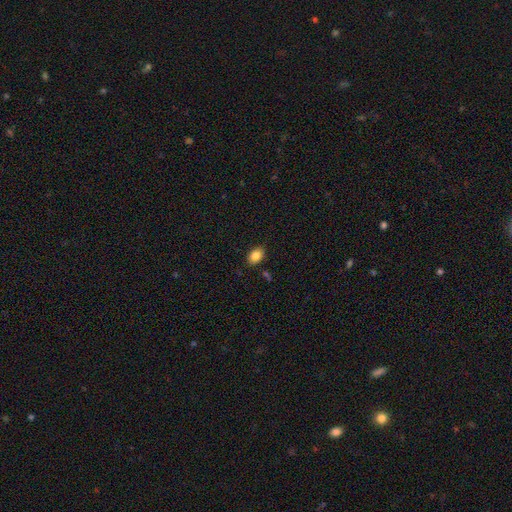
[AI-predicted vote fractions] This appears to be a smooth galaxy with no disk features (86%) that is in between round and cigar-shaped (81%). Merging: none (86%).